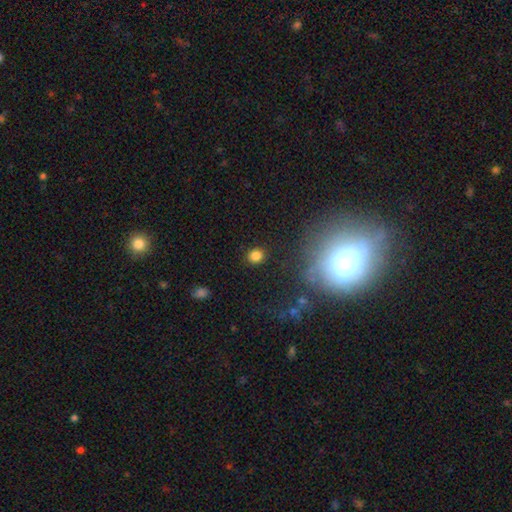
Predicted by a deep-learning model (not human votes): A smooth galaxy with no disk features (81%) that is round (78%). Merging: none (88%).